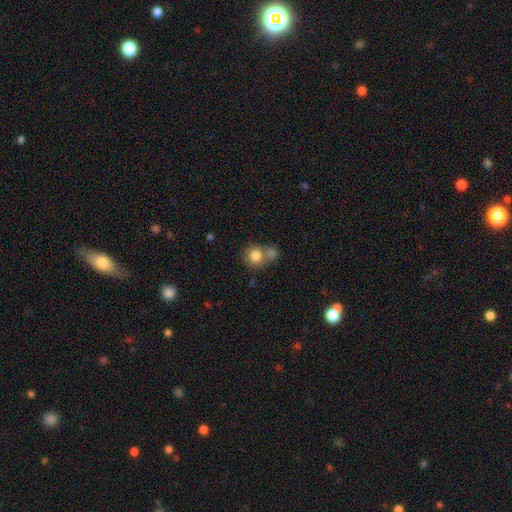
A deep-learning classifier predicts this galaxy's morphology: Smooth or featured?
  - smooth: 81% *
  - featured or disk: 11%
  - star or artifact: 8%
How rounded?
  - round: 81% *
  - in between: 18%
  - cigar-shaped: 1%
Merging?
  - none: 43% *
  - merger: 41%
  - minor disturbance: 12%
  - major disturbance: 5%